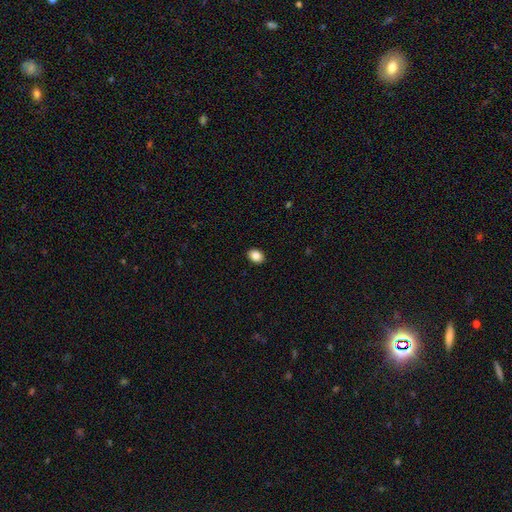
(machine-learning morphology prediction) smooth 87%, star or artifact 8%, featured or disk 4%. Down the decision tree: how rounded — in between (67%); merging — none (91%).